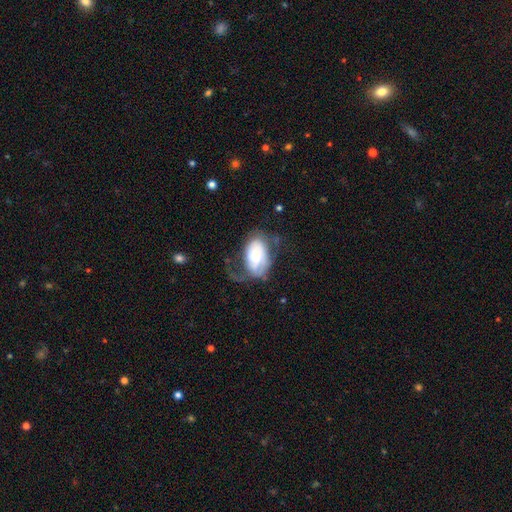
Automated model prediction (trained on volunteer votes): This is possibly a smooth galaxy (47%). Merging: marginally major disturbance (42%).